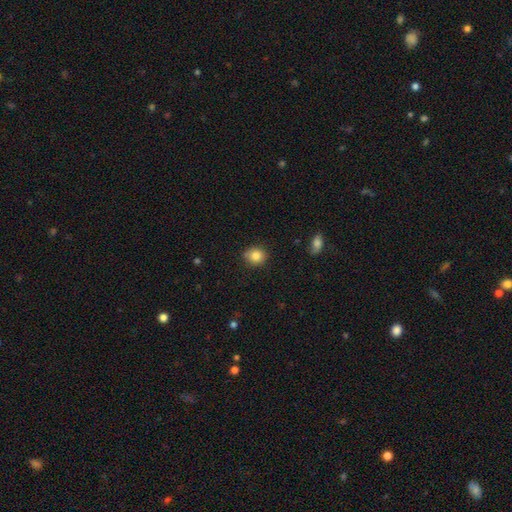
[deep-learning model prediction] This is clearly a smooth galaxy (84%). How rounded: clearly round (81%). Merging: clearly none (81%).